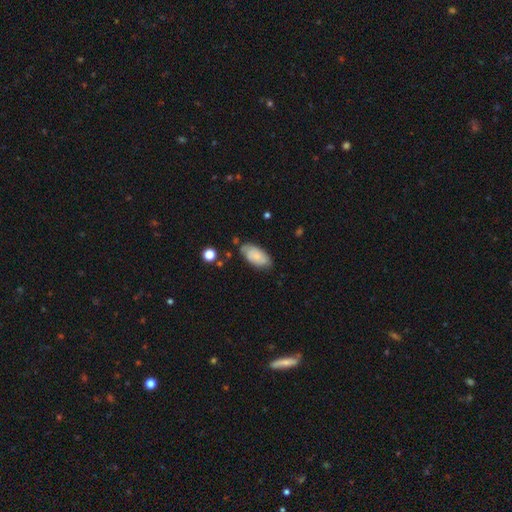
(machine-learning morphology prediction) smooth-or-featured: smooth: 58% | featured or disk: 35% | star or artifact: 7%
  how-rounded: in between: 92% | cigar-shaped: 6% | round: 3%
  merging: none: 67% | minor disturbance: 25% | major disturbance: 5% | merger: 3%